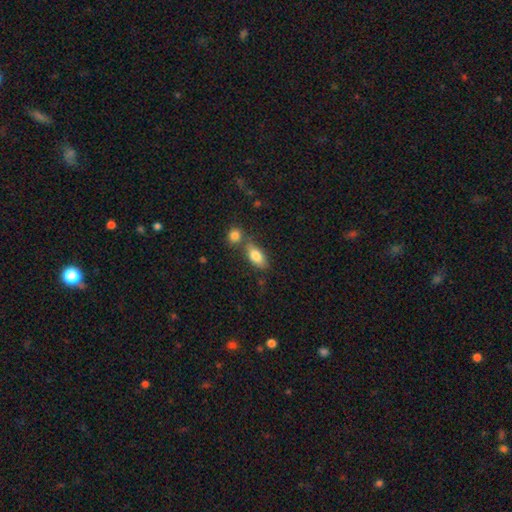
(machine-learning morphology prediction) Overall: smooth (81%). How rounded: in between (86%). Merging: none (57%; merger 25%).